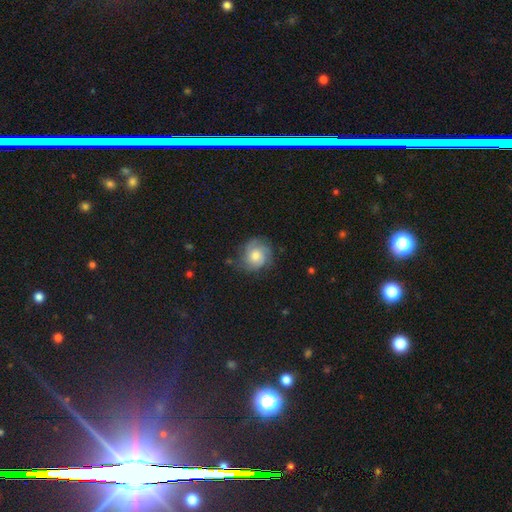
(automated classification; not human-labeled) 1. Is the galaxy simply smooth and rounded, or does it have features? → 58% featured or disk, 34% smooth, 8% star or artifact.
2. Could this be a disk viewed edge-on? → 98% no, 2% yes.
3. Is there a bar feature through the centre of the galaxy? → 78% no, 19% weak, 3% strong.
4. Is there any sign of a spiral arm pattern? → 89% yes, 11% no.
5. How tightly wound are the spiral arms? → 56% tight, 33% medium, 11% loose.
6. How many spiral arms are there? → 30% 2, 28% can't tell, 25% 3, 7% 4, 6% 1, 4% more than 4.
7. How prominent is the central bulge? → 62% moderate, 21% small, 13% large, 3% none, 2% dominant.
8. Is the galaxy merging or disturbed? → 71% none, 20% minor disturbance, 7% major disturbance, 1% merger.